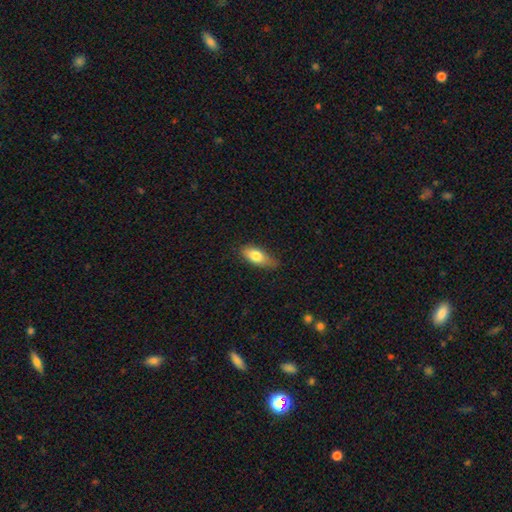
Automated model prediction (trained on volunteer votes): Smooth or featured: smooth — 77% (featured or disk — 16%)
How rounded: in between — 81% (cigar-shaped — 16%)
Merging: none — 67% (minor disturbance — 27%)